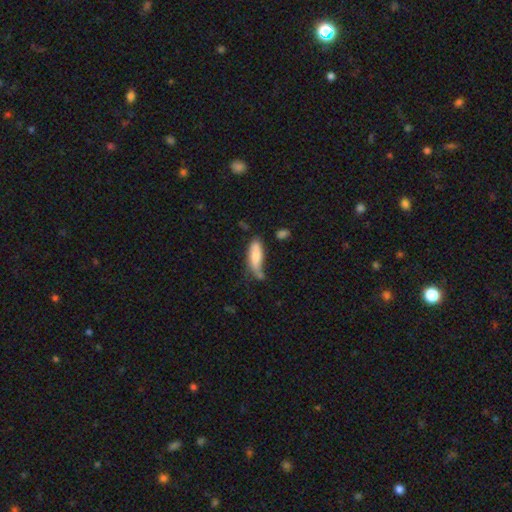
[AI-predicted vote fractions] Q: Smooth or featured?
A: smooth (75%); runner-up: featured or disk (19%)
Q: How rounded?
A: in between (52%); runner-up: cigar-shaped (46%)
Q: Merging?
A: none (46%); runner-up: minor disturbance (32%)